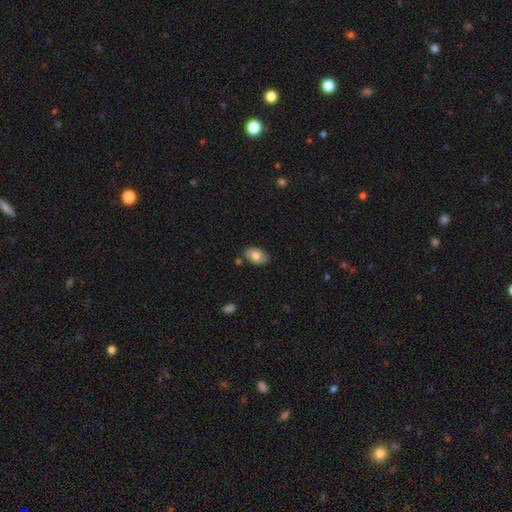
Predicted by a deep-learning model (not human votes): smooth-or-featured: smooth: 75% | featured or disk: 18% | star or artifact: 7%
  how-rounded: in between: 89% | round: 10% | cigar-shaped: 1%
  merging: none: 80% | minor disturbance: 13% | merger: 4% | major disturbance: 2%